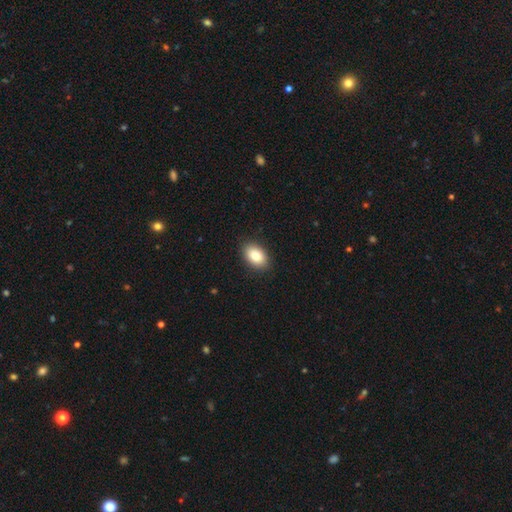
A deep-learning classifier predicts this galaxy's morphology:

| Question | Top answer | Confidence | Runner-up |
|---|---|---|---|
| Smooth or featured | smooth | 82% | featured or disk (11%) |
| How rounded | in between | 87% | round (11%) |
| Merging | none | 89% | minor disturbance (8%) |